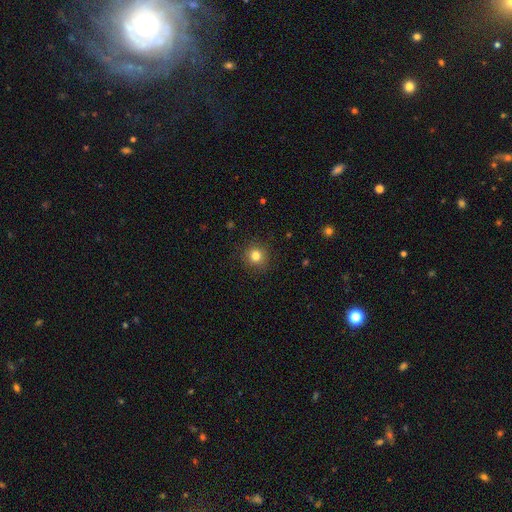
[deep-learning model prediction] The model was most divided on "smooth or featured": smooth: 81%, star or artifact: 13%, featured or disk: 6%. More confident: how rounded — round (93%); merging — none (91%).